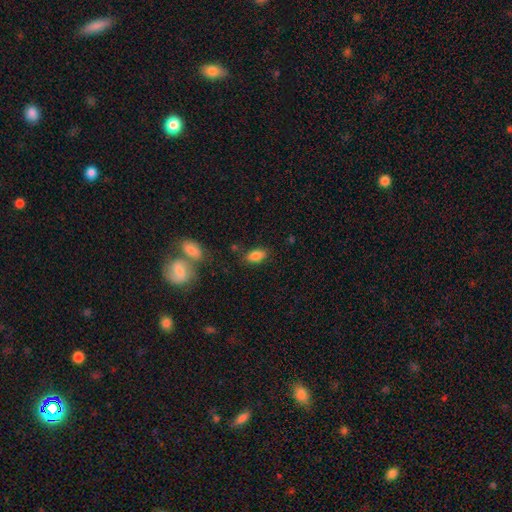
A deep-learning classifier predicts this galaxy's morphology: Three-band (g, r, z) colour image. It shows a smooth galaxy with no disk features (84%) that is in between round and cigar-shaped (90%). Merging: none (78%).